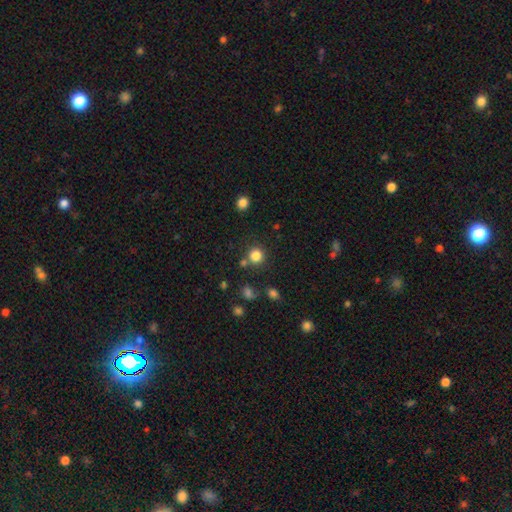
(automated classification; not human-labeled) A smooth galaxy with no disk features (82%) that is round (92%). Merging: none (78%).